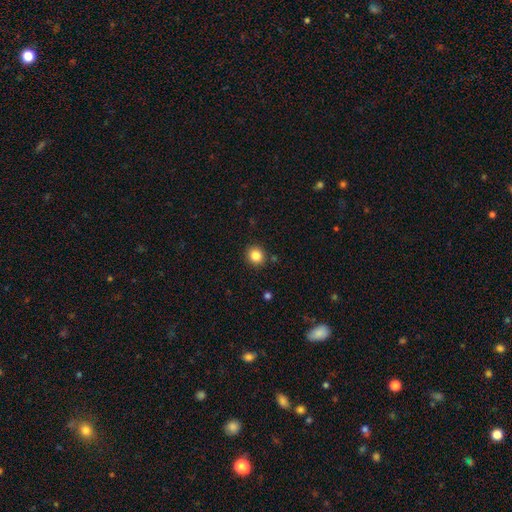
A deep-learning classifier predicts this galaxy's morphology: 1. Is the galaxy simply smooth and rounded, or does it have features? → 84% smooth, 11% star or artifact, 5% featured or disk.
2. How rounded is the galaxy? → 88% round, 11% in between, 1% cigar-shaped.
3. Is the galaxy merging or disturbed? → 90% none, 6% minor disturbance, 2% merger, 2% major disturbance.